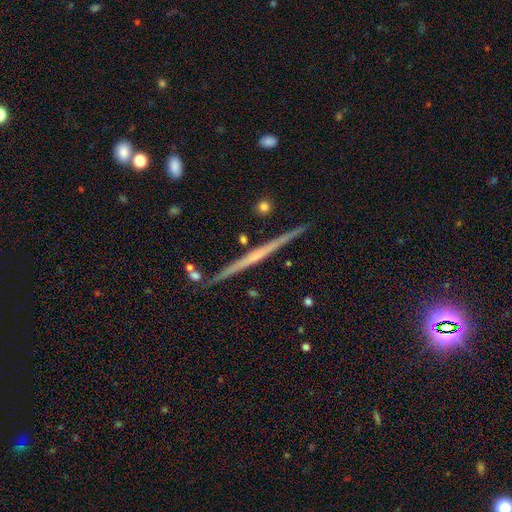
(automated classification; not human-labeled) smooth_or_featured: featured or disk (p=0.68) [alt: smooth p=0.25]
disk_edge_on: yes (p=0.98) [alt: no p=0.02]
edge_on_bulge: none (p=0.80) [alt: rounded p=0.15]
merging: none (p=0.90) [alt: minor disturbance p=0.07]